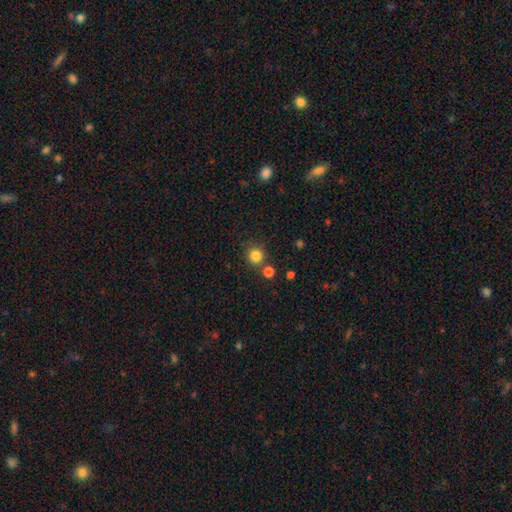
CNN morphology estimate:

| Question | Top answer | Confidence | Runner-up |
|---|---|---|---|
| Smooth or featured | smooth | 83% | star or artifact (12%) |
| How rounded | round | 93% | in between (6%) |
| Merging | none | 76% | merger (12%) |